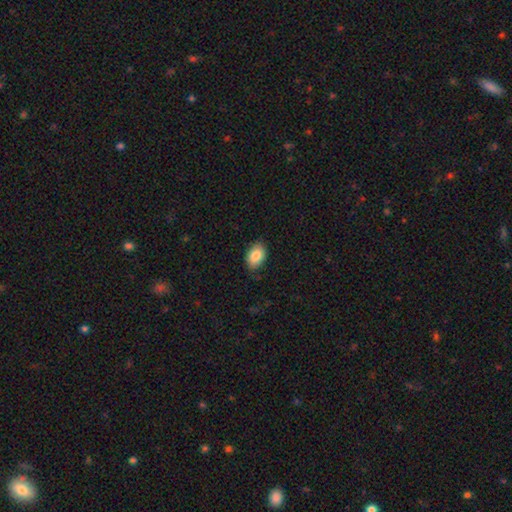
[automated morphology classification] The model was most divided on "merging": none: 84%, minor disturbance: 13%, major disturbance: 2%, merger: 1%. More confident: how rounded — in between (88%); smooth or featured — smooth (86%).